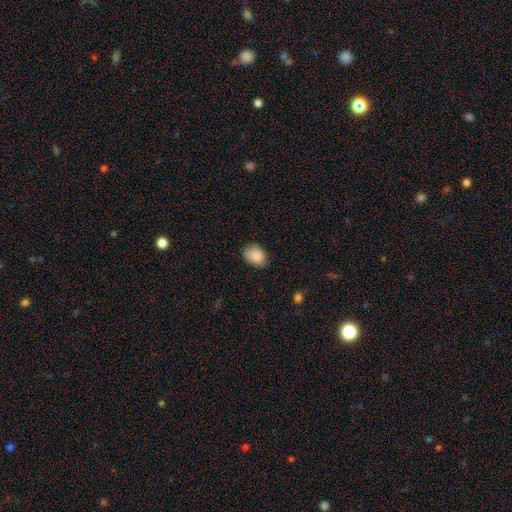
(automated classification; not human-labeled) smooth-or-featured: smooth: 88% | star or artifact: 7% | featured or disk: 4%
  how-rounded: in between: 68% | round: 31% | cigar-shaped: 1%
  merging: none: 76% | minor disturbance: 20% | major disturbance: 3% | merger: 1%